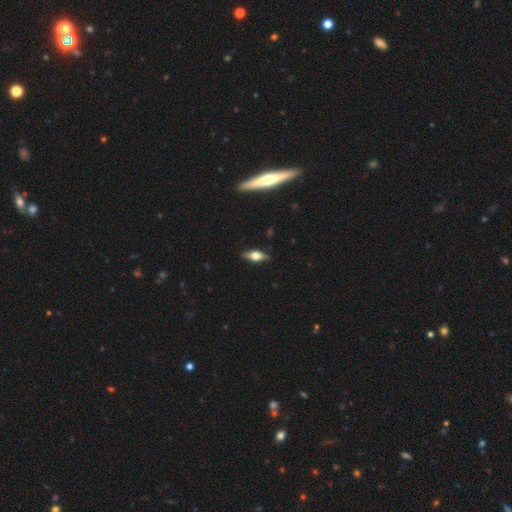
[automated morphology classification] This is possibly a smooth galaxy (51%). How rounded: likely in between (72%). Merging: clearly none (87%).